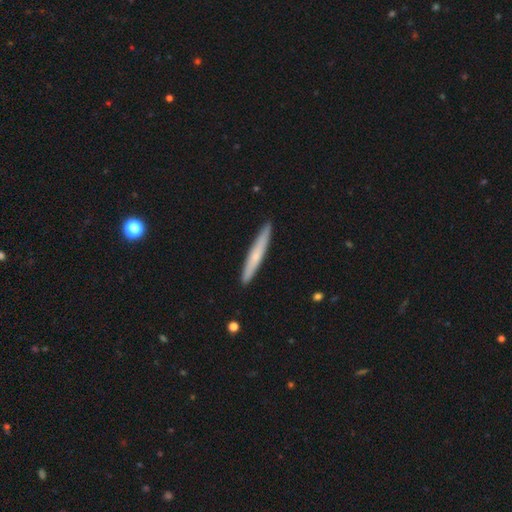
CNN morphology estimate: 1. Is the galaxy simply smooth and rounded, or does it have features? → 57% smooth, 37% featured or disk, 6% star or artifact.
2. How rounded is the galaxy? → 96% cigar-shaped, 3% in between, 1% round.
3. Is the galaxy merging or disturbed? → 91% none, 6% minor disturbance, 1% major disturbance, 1% merger.